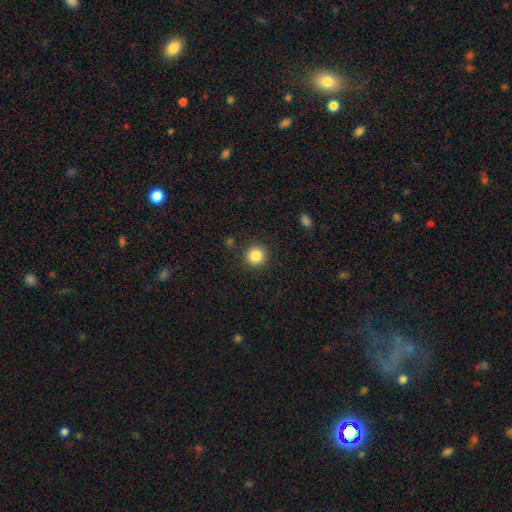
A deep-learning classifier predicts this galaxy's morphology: smooth_or_featured: smooth (p=0.85) [alt: star or artifact p=0.10]
how_rounded: round (p=0.94) [alt: in between p=0.05]
merging: none (p=0.91) [alt: minor disturbance p=0.06]